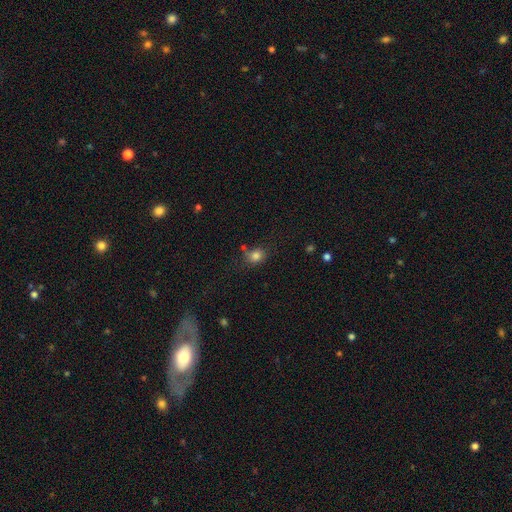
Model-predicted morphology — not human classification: A smooth galaxy with no disk features (80%) that is round (60%). Merging: none (67%).